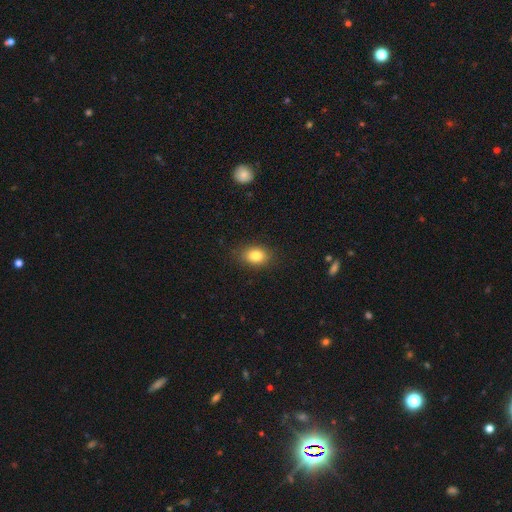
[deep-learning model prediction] Smooth or featured? smooth (82%)
How rounded? in between (74%)
Merging? none (85%)